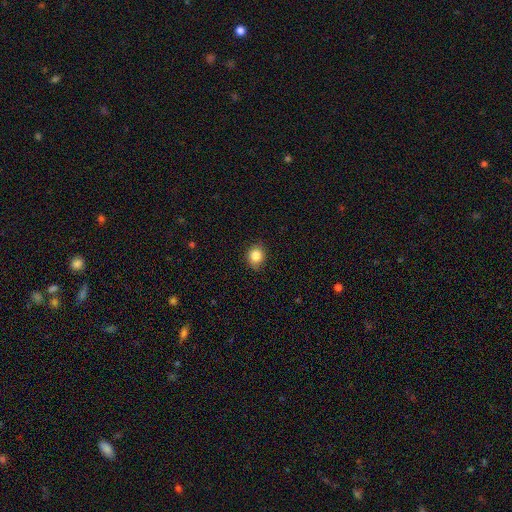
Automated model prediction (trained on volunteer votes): smooth-or-featured: smooth: 84% | star or artifact: 10% | featured or disk: 6%
  how-rounded: round: 70% | in between: 29% | cigar-shaped: 1%
  merging: none: 80% | minor disturbance: 16% | major disturbance: 3% | merger: 1%